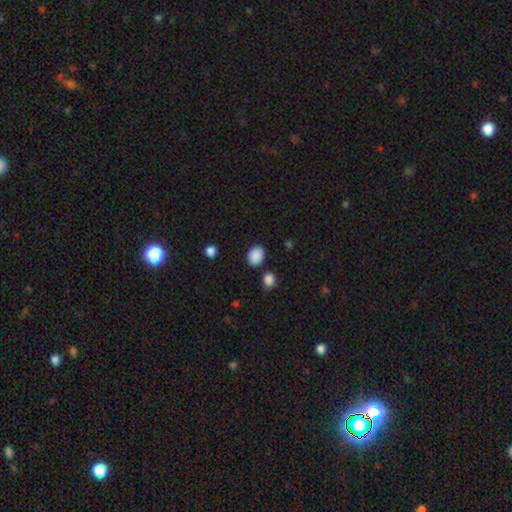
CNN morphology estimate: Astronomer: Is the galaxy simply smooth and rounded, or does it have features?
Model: smooth — 89%.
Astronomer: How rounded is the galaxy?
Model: in between — 57% (runner-up: round, 42%).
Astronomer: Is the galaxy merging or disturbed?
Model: none — 83%.